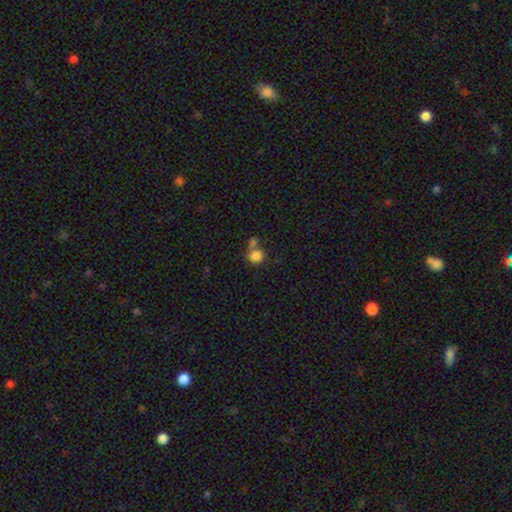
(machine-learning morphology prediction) Q: Smooth or featured?
A: smooth (82%); runner-up: star or artifact (10%)
Q: How rounded?
A: round (79%); runner-up: in between (20%)
Q: Merging?
A: none (46%); runner-up: merger (37%)